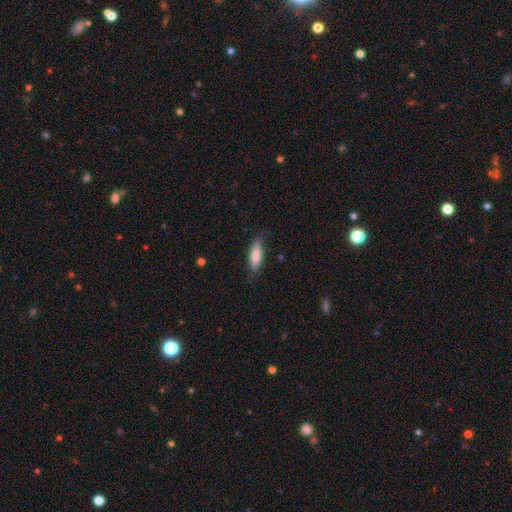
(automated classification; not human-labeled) Smooth or featured: smooth — 81% (featured or disk — 13%)
How rounded: cigar-shaped — 52% (in between — 46%)
Merging: none — 81% (minor disturbance — 15%)